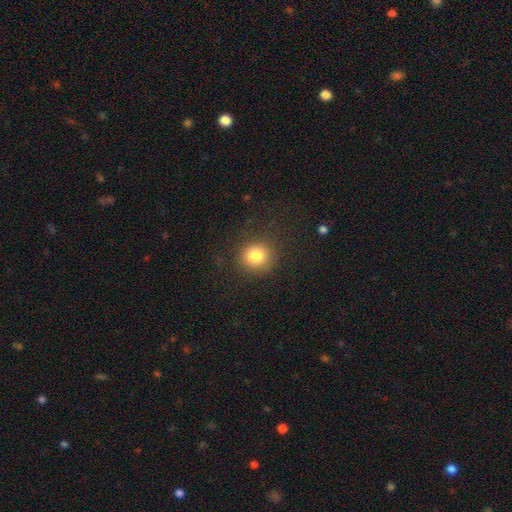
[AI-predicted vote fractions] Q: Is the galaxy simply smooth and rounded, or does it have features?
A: smooth — 82%.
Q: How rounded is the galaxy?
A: round — 89%.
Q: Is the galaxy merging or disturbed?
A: none — 87%.